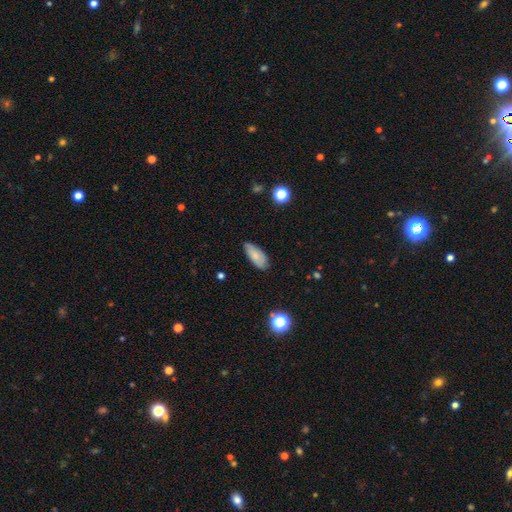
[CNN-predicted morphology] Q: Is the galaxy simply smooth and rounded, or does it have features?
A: smooth — 79%.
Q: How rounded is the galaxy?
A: in between — 86%.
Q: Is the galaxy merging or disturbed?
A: none — 77%.